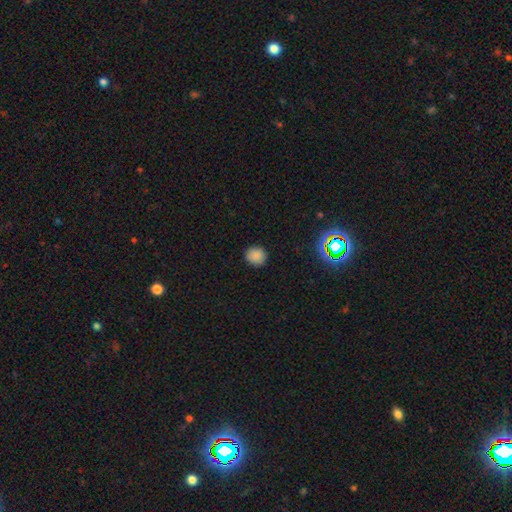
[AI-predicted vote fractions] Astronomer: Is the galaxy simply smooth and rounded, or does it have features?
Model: smooth — 84%.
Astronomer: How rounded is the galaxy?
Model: round — 82%.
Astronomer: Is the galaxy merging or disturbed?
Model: none — 88%.